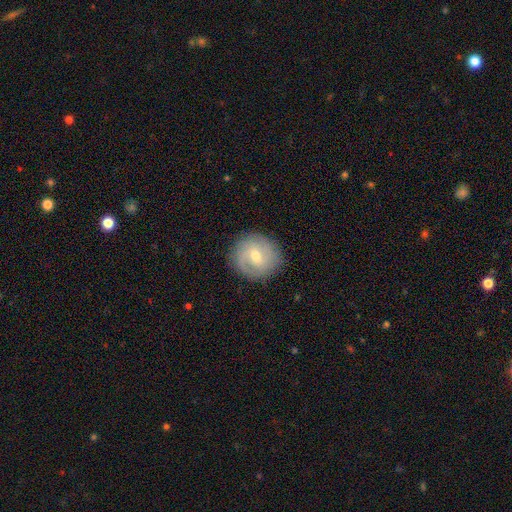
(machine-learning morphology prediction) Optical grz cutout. It shows a featured or disk galaxy (66%) with a weak bar (47%), 2 (48%) tight (57%) spiral arms (85%) and a moderate central bulge (57%). Merging: none (85%).